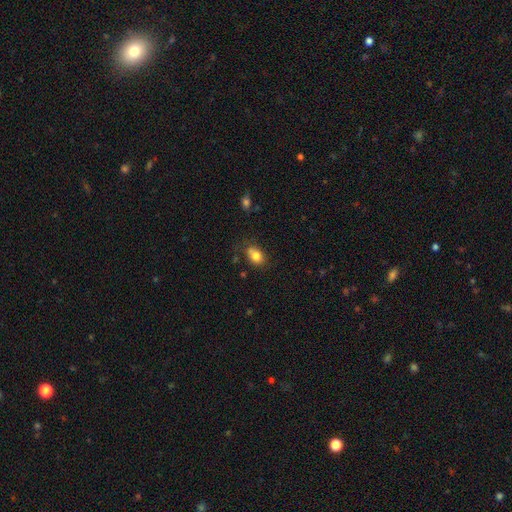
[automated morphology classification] Overall: smooth (81%). How rounded: in between (78%). Merging: none (69%).